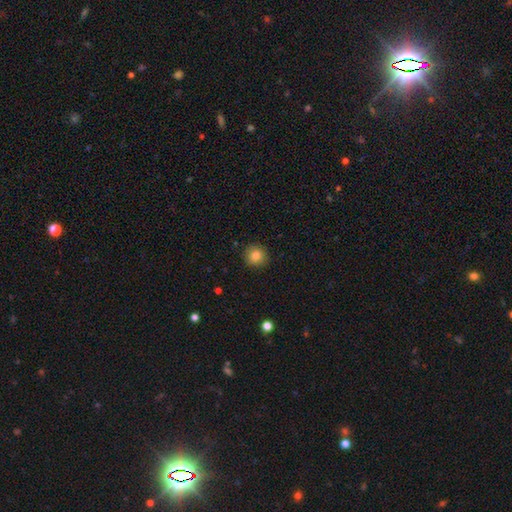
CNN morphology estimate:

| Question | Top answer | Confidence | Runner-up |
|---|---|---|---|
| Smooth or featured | smooth | 83% | star or artifact (10%) |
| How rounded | round | 92% | in between (7%) |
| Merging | none | 90% | minor disturbance (7%) |